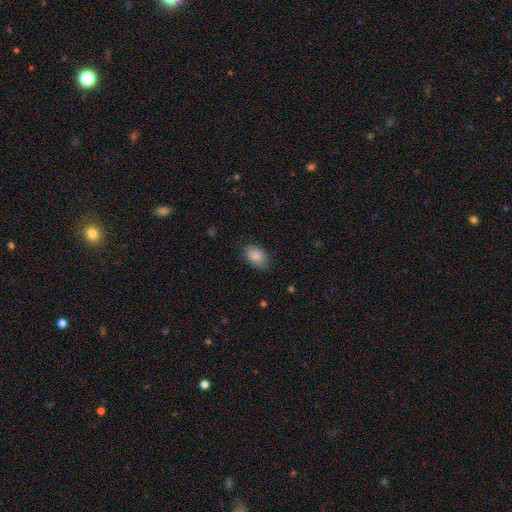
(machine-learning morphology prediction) Q: Smooth or featured?
A: smooth (84%); runner-up: featured or disk (9%)
Q: How rounded?
A: in between (84%); runner-up: round (15%)
Q: Merging?
A: none (75%); runner-up: minor disturbance (20%)